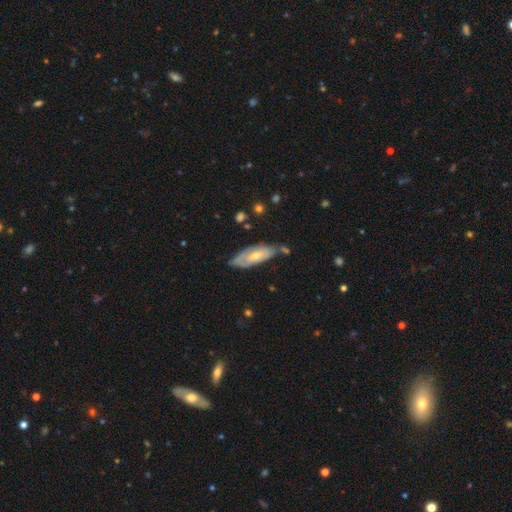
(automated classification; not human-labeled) Overall: featured or disk (58%; smooth 35%). Edge-on disk: no (79%). Merging: none (59%; minor disturbance 28%).